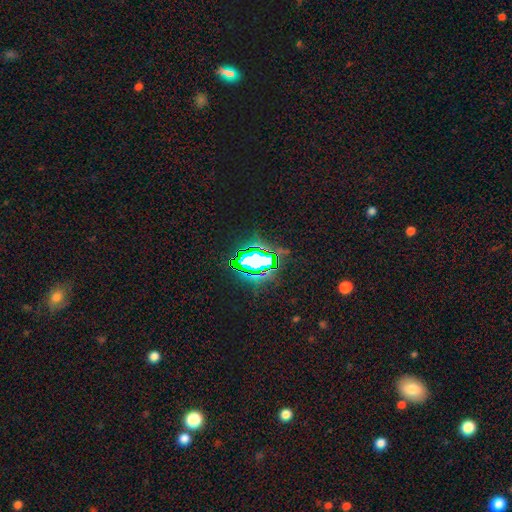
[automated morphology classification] Q: Smooth or featured?
A: star or artifact (70%); runner-up: smooth (18%)